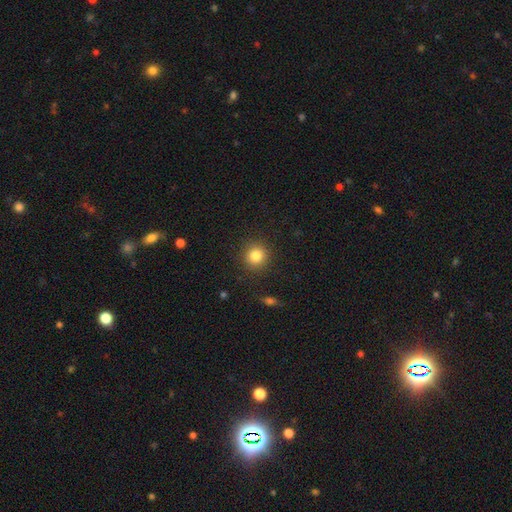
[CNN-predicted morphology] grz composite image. It shows a smooth galaxy with no disk features (83%) that is round (91%). Merging: none (90%).